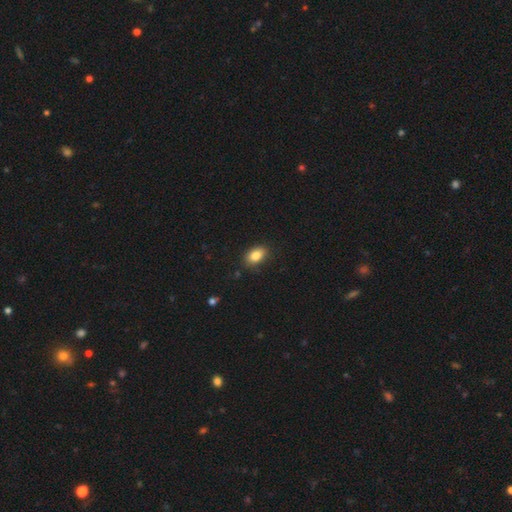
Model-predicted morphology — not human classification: This is clearly a smooth galaxy (84%). How rounded: clearly in between (87%). Merging: clearly none (85%).